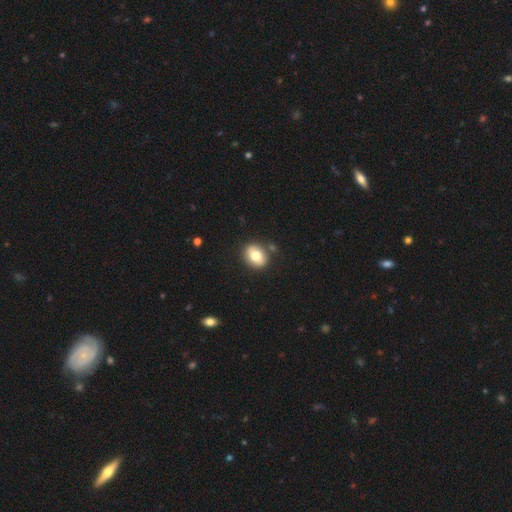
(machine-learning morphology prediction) This is likely a smooth galaxy (75%). How rounded: possibly in between (52%). Merging: clearly none (80%).